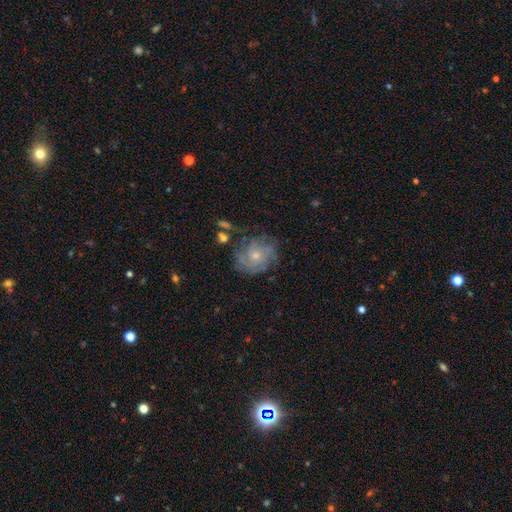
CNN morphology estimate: featured or disk 66%, smooth 24%, star or artifact 10%. Down the decision tree: edge-on disk — no (97%); bar — no (84%); spiral arms — yes (82%); spiral arm count — can't tell (49%); spiral winding — tight (58%); bulge size — small (57%); merging — none (66%).